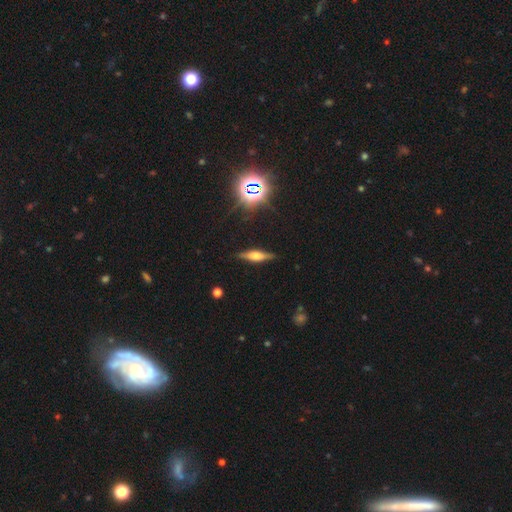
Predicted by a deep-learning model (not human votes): A featured or disk galaxy (53%) viewed edge-on (92%). Merging: none (85%).